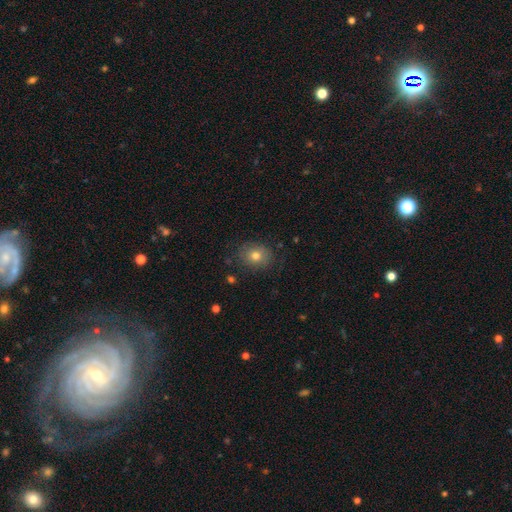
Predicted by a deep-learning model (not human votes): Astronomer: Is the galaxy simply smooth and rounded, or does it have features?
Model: smooth — 76%.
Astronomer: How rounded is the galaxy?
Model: round — 53% (runner-up: in between, 46%).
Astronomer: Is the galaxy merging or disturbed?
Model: none — 80%.